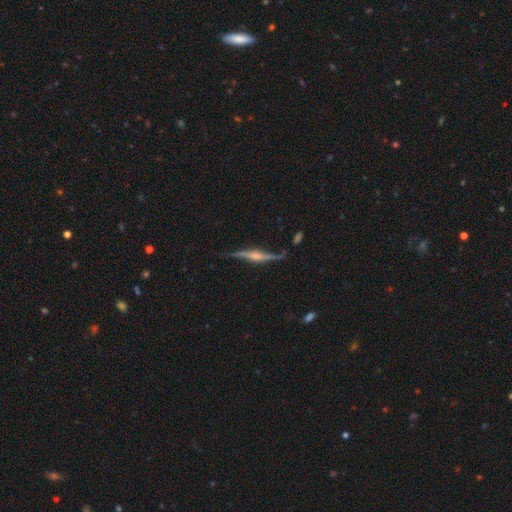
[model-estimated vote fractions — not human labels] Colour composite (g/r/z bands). It shows a featured or disk galaxy (82%) viewed edge-on (88%) with a rounded central bulge (72%). Merging: none (67%).